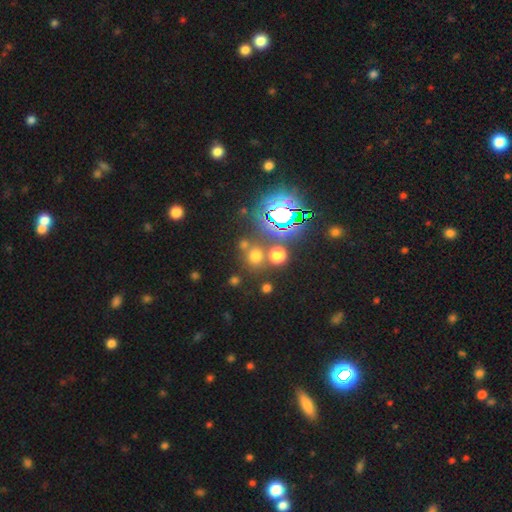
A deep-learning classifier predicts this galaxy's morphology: smooth_or_featured: smooth (p=0.58) [alt: star or artifact p=0.34]
how_rounded: round (p=0.85) [alt: in between p=0.14]
merging: none (p=0.72) [alt: merger p=0.16]